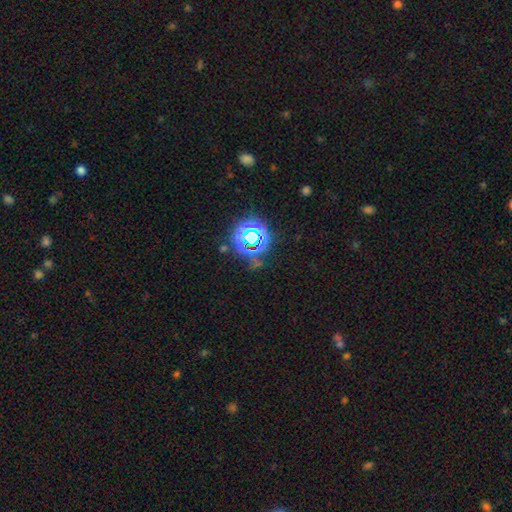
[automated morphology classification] smooth_or_featured: star or artifact (p=0.72) [alt: smooth p=0.19]